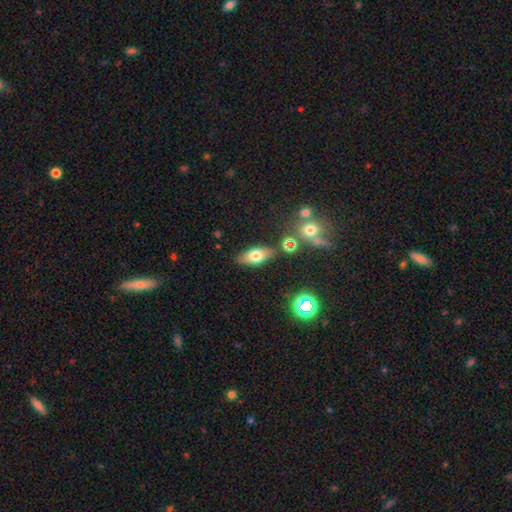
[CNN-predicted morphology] smooth_or_featured: smooth (p=0.69) [alt: featured or disk p=0.20]
how_rounded: in between (p=0.83) [alt: cigar-shaped p=0.11]
merging: none (p=0.82) [alt: minor disturbance p=0.11]